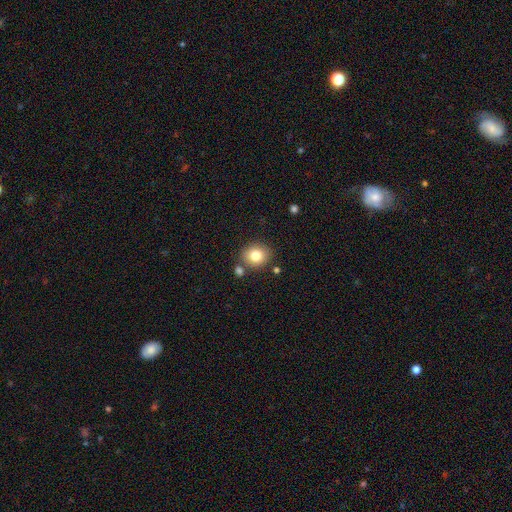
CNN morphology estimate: Smooth or featured? Predicted: smooth (p=0.81). How rounded? Predicted: round (p=0.70). Merging? Predicted: none (p=0.77).